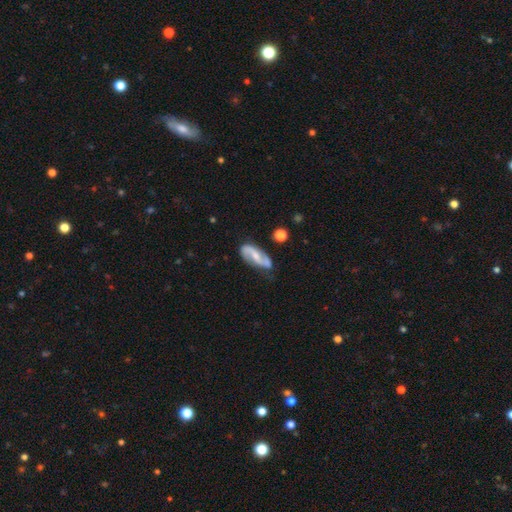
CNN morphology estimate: Q: Smooth or featured?
A: featured or disk (82%); runner-up: smooth (13%)
Q: Edge-on disk?
A: no (95%); runner-up: yes (5%)
Q: Bar?
A: weak (38%); runner-up: no (33%)
Q: Spiral arms?
A: yes (95%); runner-up: no (5%)
Q: Spiral winding?
A: loose (48%); runner-up: medium (38%)
Q: Spiral arm count?
A: 2 (92%); runner-up: can't tell (3%)
Q: Bulge size?
A: small (52%); runner-up: moderate (35%)
Q: Merging?
A: none (74%); runner-up: minor disturbance (18%)